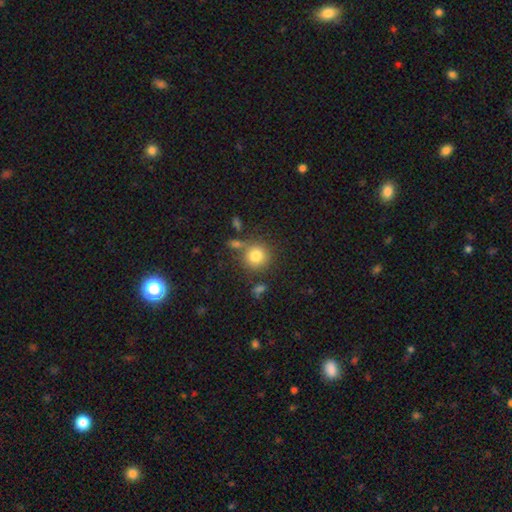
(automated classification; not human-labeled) Morphology: type=smooth (80%); roundness=round (91%); merging=none (71%).